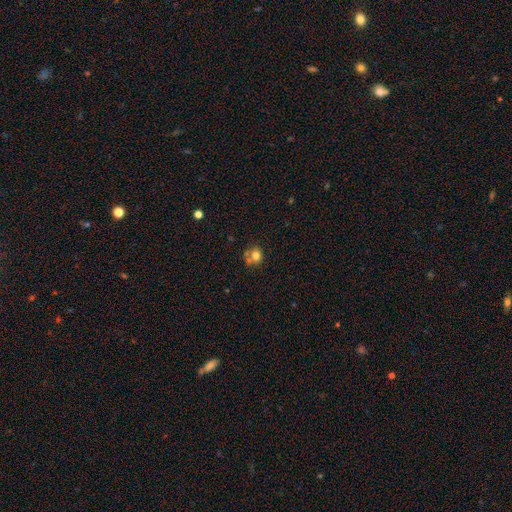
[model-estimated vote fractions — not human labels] Smooth or featured: smooth — 75% (star or artifact — 13%)
How rounded: round — 78% (in between — 22%)
Merging: none — 51% (merger — 31%)